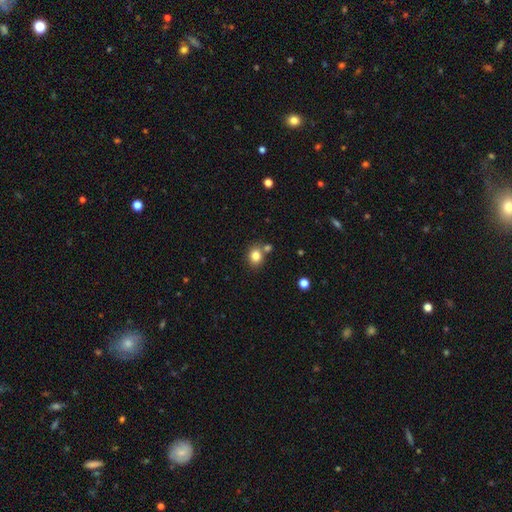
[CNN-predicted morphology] A smooth galaxy with no disk features (82%) that is round (67%).

Vote fractions:
- Smooth or featured? smooth: 82% / star or artifact: 11% / featured or disk: 7%
- How rounded? round: 67% / in between: 33% / cigar-shaped: 1%
- Merging? none: 69% / merger: 17% / minor disturbance: 11% / major disturbance: 3%